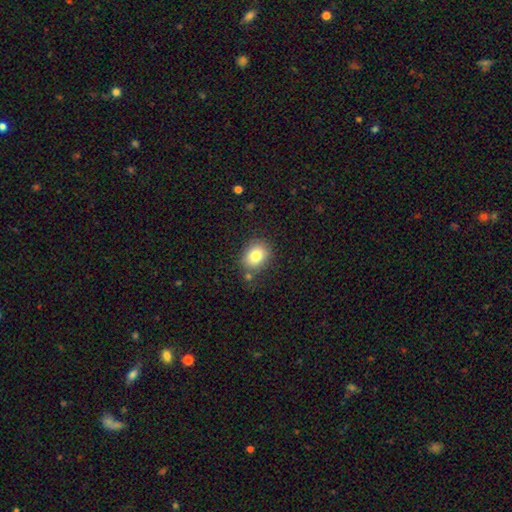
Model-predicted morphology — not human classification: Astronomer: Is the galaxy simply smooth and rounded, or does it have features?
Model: smooth — 81%.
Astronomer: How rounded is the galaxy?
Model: round — 51% (runner-up: in between, 48%).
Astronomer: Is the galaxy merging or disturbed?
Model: none — 78%.